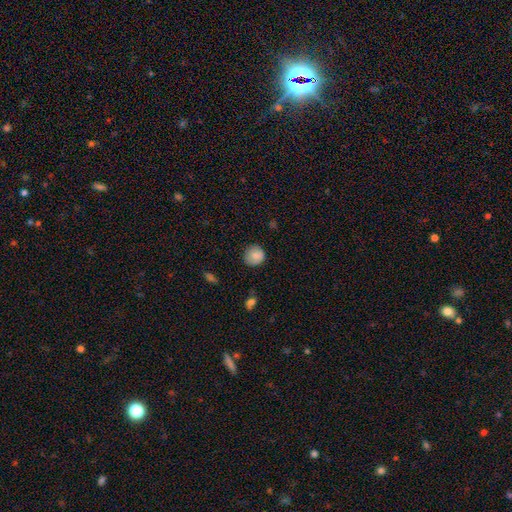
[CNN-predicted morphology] Smooth or featured: smooth — 85% (star or artifact — 8%)
How rounded: round — 89% (in between — 10%)
Merging: none — 80% (minor disturbance — 16%)